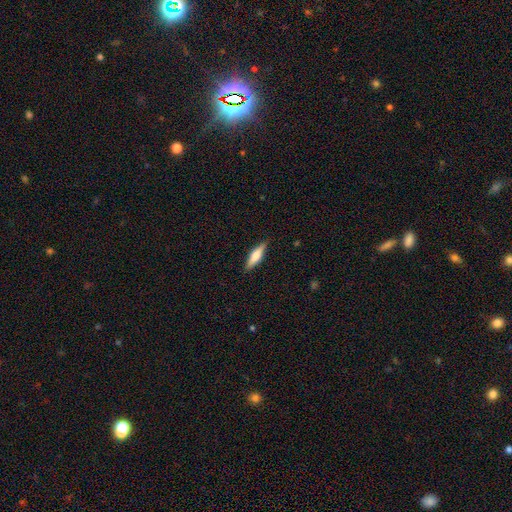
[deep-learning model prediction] The model was most divided on "smooth or featured": smooth: 57%, featured or disk: 38%, star or artifact: 6%. More confident: merging — none (88%); how rounded — cigar-shaped (67%).